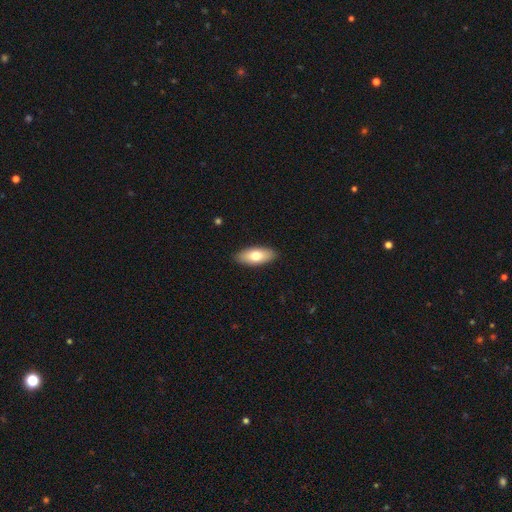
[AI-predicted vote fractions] The model was most divided on "smooth or featured": smooth: 73%, featured or disk: 21%, star or artifact: 6%. More confident: merging — none (90%); how rounded — in between (85%).